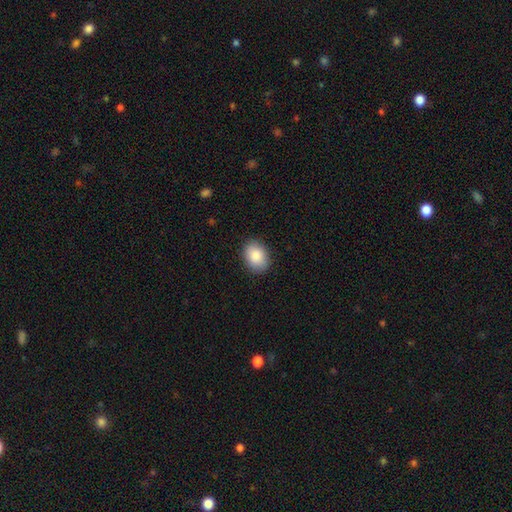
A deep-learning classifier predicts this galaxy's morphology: smooth_or_featured: smooth (p=0.88) [alt: star or artifact p=0.07]
how_rounded: in between (p=0.71) [alt: round p=0.28]
merging: none (p=0.88) [alt: minor disturbance p=0.09]